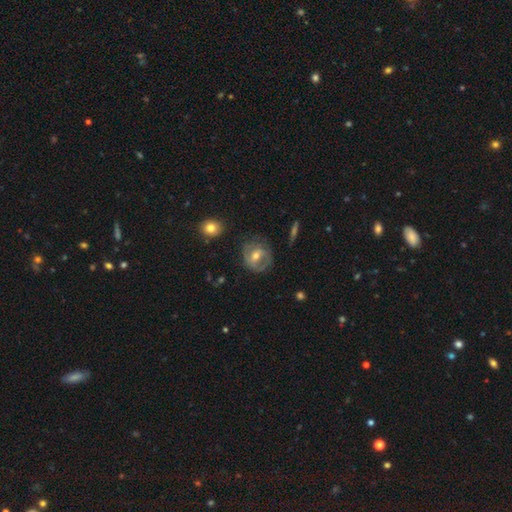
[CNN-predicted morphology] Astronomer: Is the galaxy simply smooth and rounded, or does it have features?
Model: featured or disk — 68%.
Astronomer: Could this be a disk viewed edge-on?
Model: no — 96%.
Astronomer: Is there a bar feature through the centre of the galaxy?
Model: weak — 46% (runner-up: no, 33%).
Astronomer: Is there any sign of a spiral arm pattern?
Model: yes — 76%.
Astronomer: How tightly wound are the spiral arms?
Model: medium — 42% (runner-up: tight, 40%).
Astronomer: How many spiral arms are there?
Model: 2 — 67%.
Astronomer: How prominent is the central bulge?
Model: moderate — 66%.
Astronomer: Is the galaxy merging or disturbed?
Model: none — 68%.